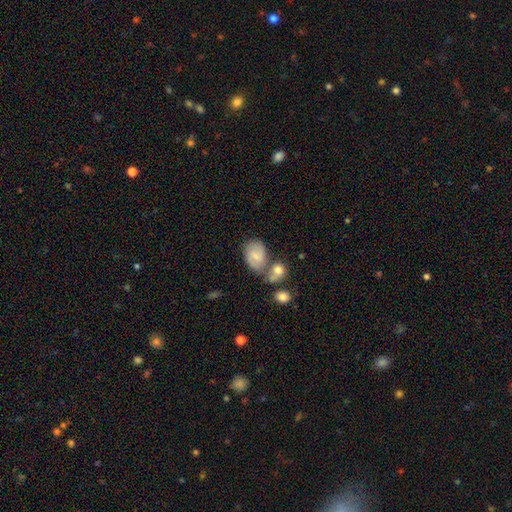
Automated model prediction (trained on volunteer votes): This is possibly a smooth galaxy (46%, tied with featured or disk). Merging: possibly none (48%).